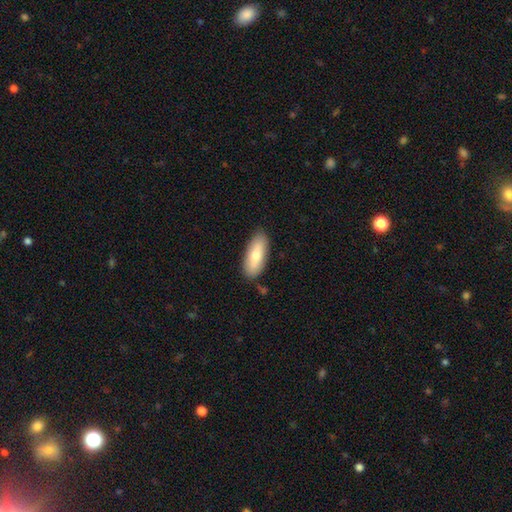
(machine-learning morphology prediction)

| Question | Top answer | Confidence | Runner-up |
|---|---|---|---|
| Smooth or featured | smooth | 75% | featured or disk (19%) |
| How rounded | in between | 72% | cigar-shaped (26%) |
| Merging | none | 84% | minor disturbance (12%) |